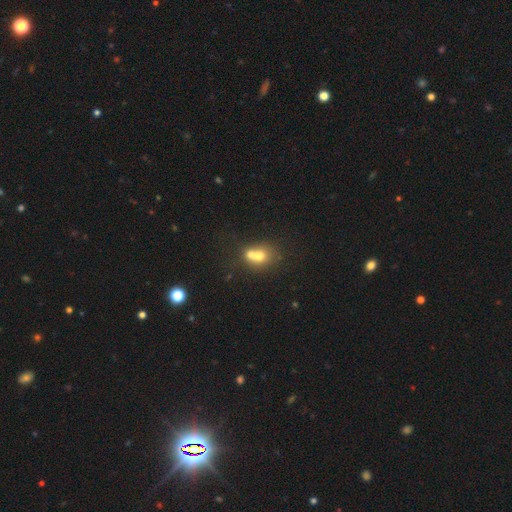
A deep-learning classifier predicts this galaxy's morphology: Smooth or featured: smooth — 64% (featured or disk — 24%)
How rounded: round — 57% (in between — 42%)
Merging: merger — 65% (none — 23%)